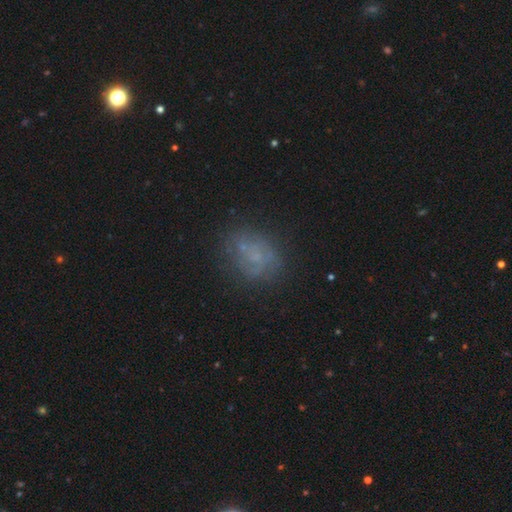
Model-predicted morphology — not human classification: smooth_or_featured: smooth (p=0.42) [alt: featured or disk p=0.39]
merging: none (p=0.70) [alt: minor disturbance p=0.17]